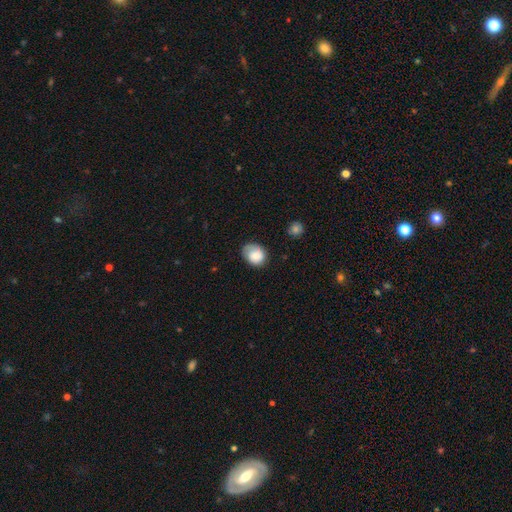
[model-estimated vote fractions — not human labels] This appears to be a smooth galaxy with no disk features (68%) that is round (55%). Merging: none (62%).